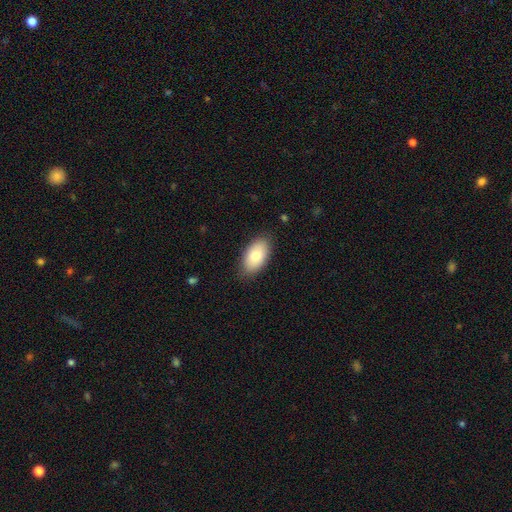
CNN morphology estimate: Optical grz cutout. It shows a smooth galaxy with no disk features (80%) that is in between round and cigar-shaped (95%). Merging: none (84%).